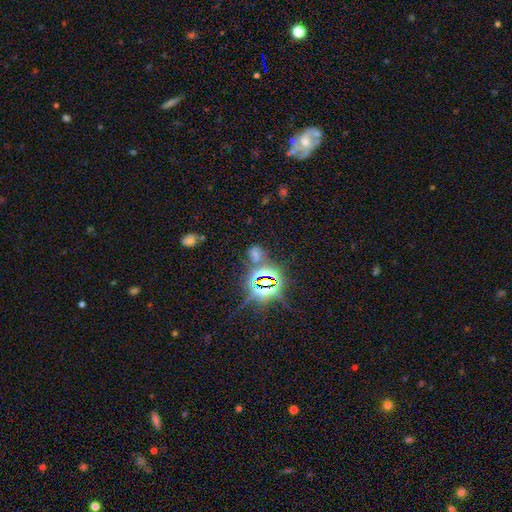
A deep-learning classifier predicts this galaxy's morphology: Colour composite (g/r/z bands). It shows a star or artifact, not a galaxy (59%).